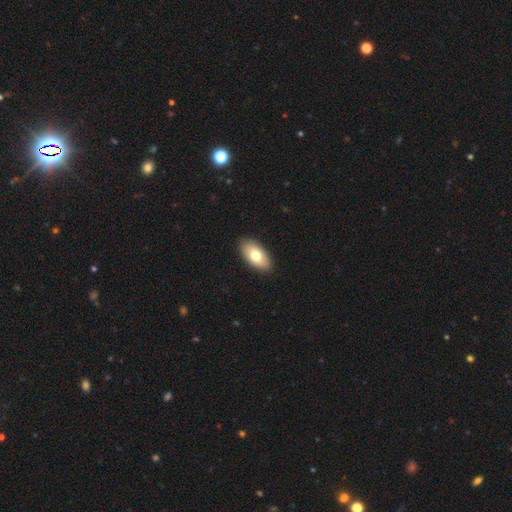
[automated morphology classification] smooth 75%, featured or disk 18%, star or artifact 6%. Down the decision tree: how rounded — in between (94%); merging — none (90%).